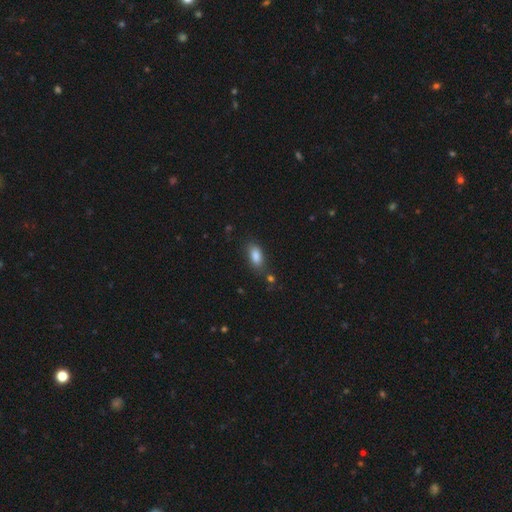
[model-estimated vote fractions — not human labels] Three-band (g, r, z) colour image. It shows a smooth galaxy with no disk features (85%) that is in between round and cigar-shaped (86%). Merging: none (74%).